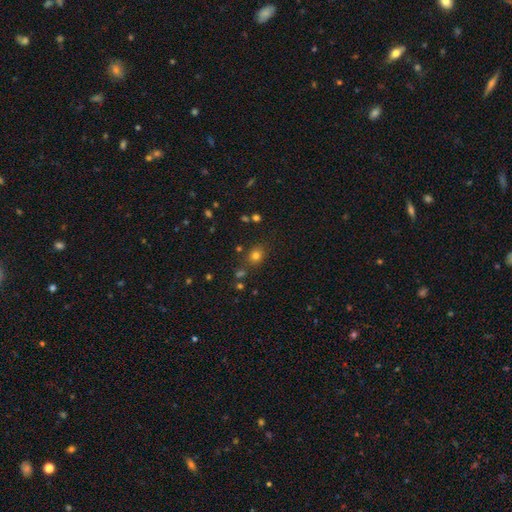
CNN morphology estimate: smooth_or_featured: smooth (p=0.75) [alt: star or artifact p=0.18]
how_rounded: round (p=0.63) [alt: in between p=0.36]
merging: none (p=0.80) [alt: minor disturbance p=0.12]